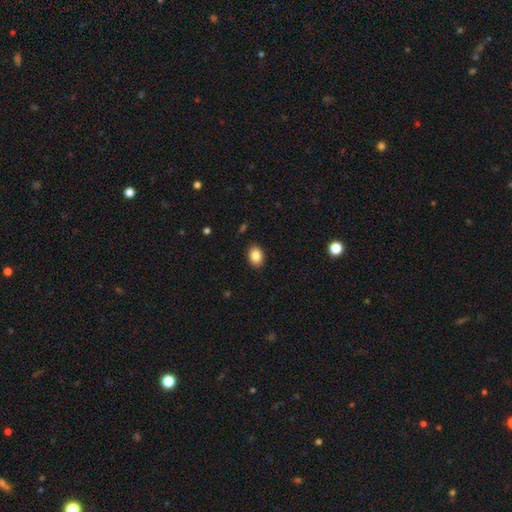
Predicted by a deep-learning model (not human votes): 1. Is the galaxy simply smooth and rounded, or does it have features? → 86% smooth, 9% star or artifact, 6% featured or disk.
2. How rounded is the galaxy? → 74% in between, 25% round, 1% cigar-shaped.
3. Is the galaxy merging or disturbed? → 89% none, 8% minor disturbance, 2% major disturbance, 1% merger.